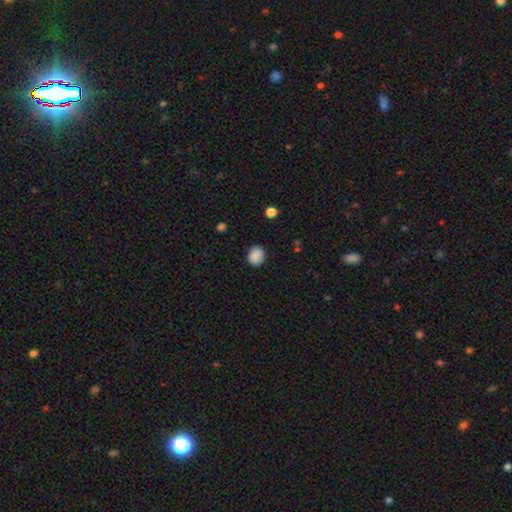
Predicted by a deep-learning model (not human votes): Smooth or featured: smooth — 88% (star or artifact — 9%)
How rounded: round — 68% (in between — 31%)
Merging: none — 87% (minor disturbance — 9%)